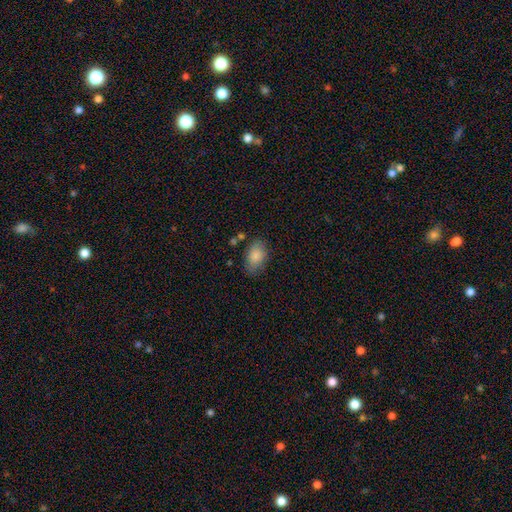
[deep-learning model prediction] Morphology: type=smooth (86%); roundness=in between (89%); merging=none (74%).